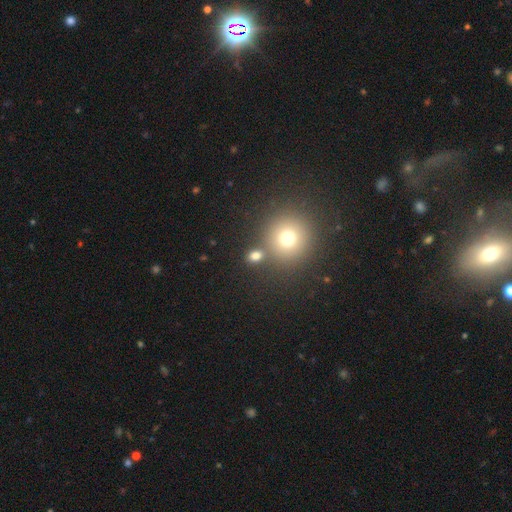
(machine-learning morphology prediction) Overall: smooth (75%). How rounded: round (64%; in between 34%). Merging: none (71%).